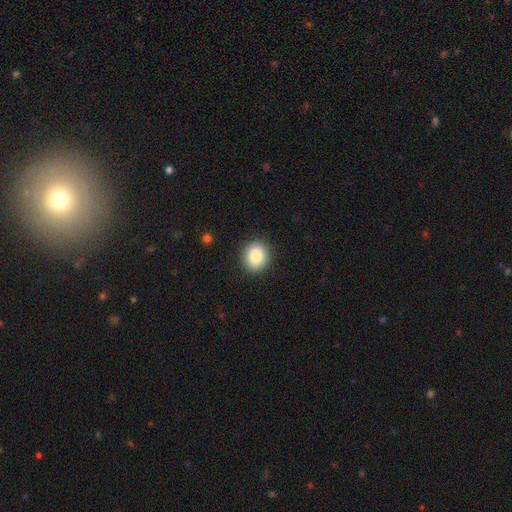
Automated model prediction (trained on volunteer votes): A smooth galaxy with no disk features (85%) that is round (77%).

Vote fractions:
- Smooth or featured? smooth: 85% / star or artifact: 9% / featured or disk: 7%
- How rounded? round: 77% / in between: 22% / cigar-shaped: 1%
- Merging? none: 90% / minor disturbance: 7% / major disturbance: 2% / merger: 1%